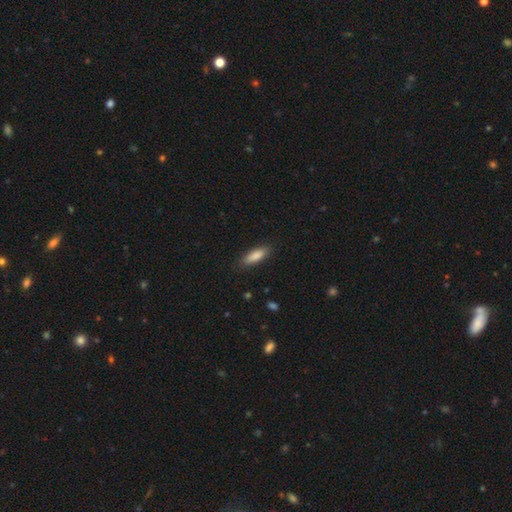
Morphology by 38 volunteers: Smooth or featured?
  - smooth: 89% *
  - featured or disk: 11%
  - star or artifact: 0%
How rounded?
  - in between: 65% *
  - cigar-shaped: 35%
  - round: 0%
Merging?
  - none: 87% *
  - minor disturbance: 8%
  - major disturbance: 5%
  - merger: 0%